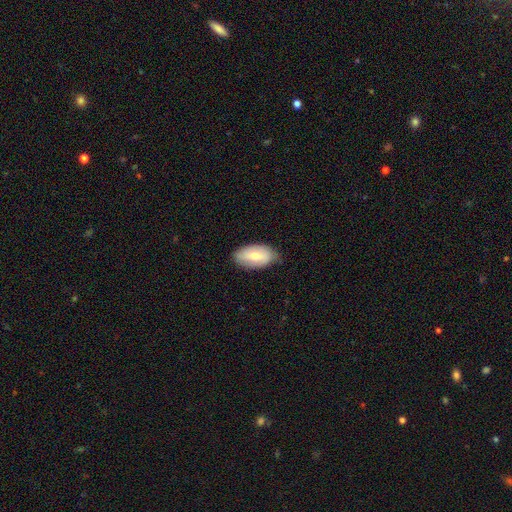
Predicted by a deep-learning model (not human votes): Overall: smooth (67%; featured or disk 27%). How rounded: in between (94%). Merging: none (78%).